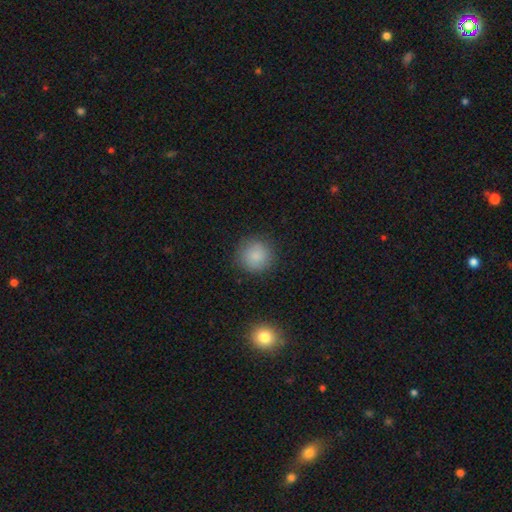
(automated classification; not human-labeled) Morphology: type=smooth (86%); roundness=round (94%); merging=none (88%).